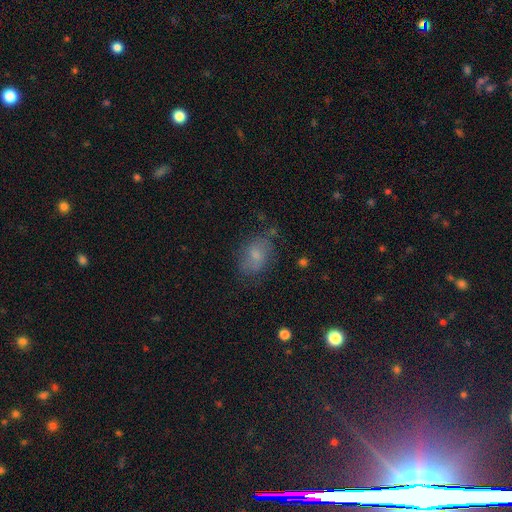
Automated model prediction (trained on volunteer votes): Q: Smooth or featured?
A: smooth (67%); runner-up: featured or disk (22%)
Q: How rounded?
A: in between (81%); runner-up: round (17%)
Q: Merging?
A: none (65%); runner-up: minor disturbance (23%)